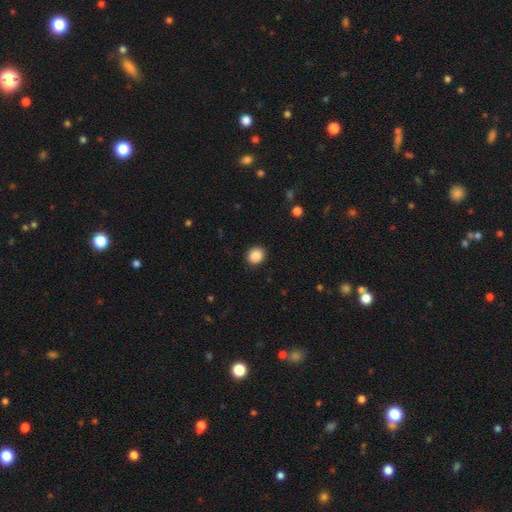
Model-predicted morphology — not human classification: Q: Smooth or featured?
A: smooth (88%); runner-up: star or artifact (9%)
Q: How rounded?
A: round (72%); runner-up: in between (27%)
Q: Merging?
A: none (91%); runner-up: minor disturbance (6%)